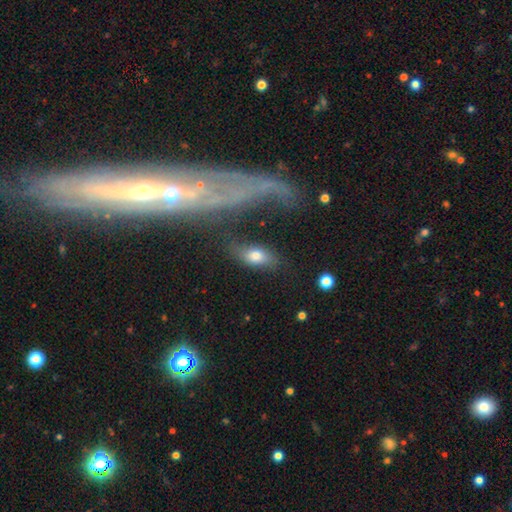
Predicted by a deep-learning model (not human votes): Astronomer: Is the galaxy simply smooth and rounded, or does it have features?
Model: smooth — 69%.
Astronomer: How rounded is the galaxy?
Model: in between — 84%.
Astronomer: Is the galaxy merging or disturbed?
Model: none — 63%.